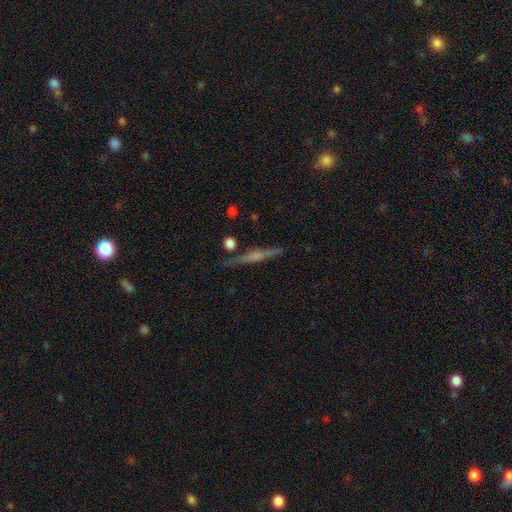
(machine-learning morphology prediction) This appears to be a featured or disk galaxy (73%) viewed edge-on (97%) with a rounded central bulge (66%). Merging: none (87%).